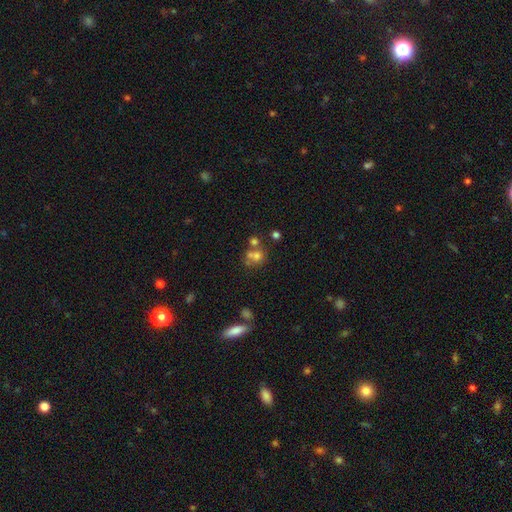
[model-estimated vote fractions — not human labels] Morphology: type=smooth (64%); roundness=round (74%); merging=merger (44%).